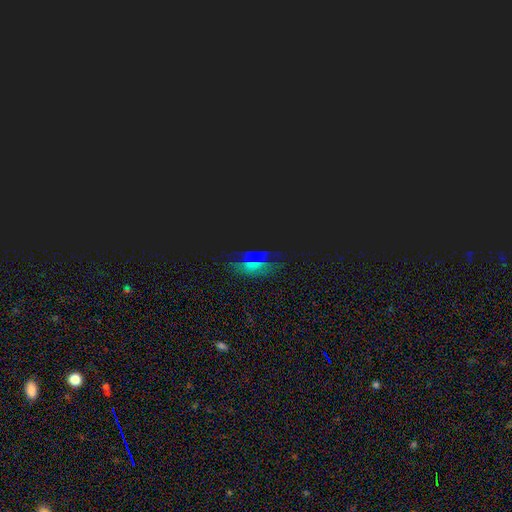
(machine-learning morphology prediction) The model was most divided on "smooth or featured": star or artifact: 59%, smooth: 25%, featured or disk: 16%.